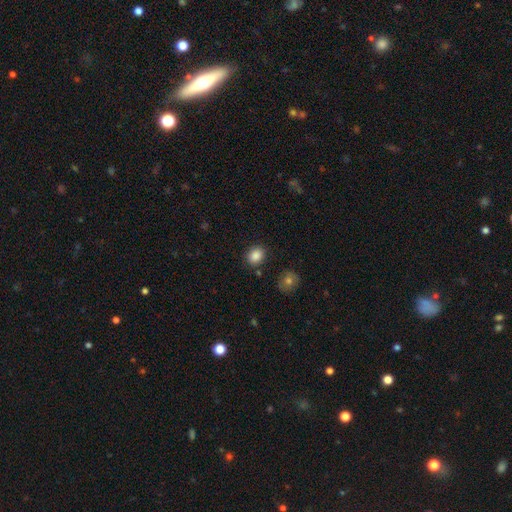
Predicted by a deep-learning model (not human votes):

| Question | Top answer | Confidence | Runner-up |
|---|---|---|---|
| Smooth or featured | smooth | 87% | star or artifact (9%) |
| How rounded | round | 50% | in between (49%) |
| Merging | none | 86% | minor disturbance (9%) |